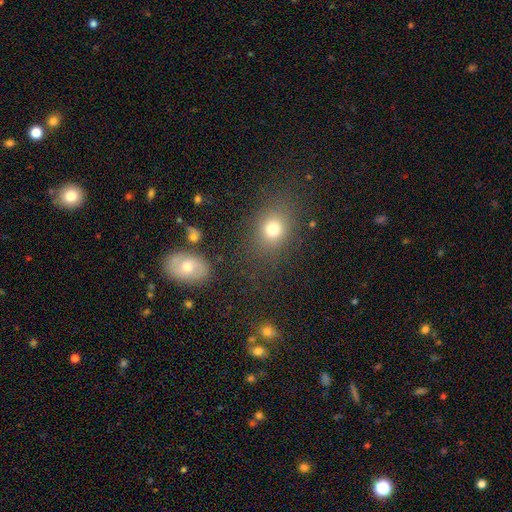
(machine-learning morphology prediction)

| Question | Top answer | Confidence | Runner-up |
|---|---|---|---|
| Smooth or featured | smooth | 62% | star or artifact (28%) |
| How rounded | in between | 59% | round (39%) |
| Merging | none | 81% | minor disturbance (10%) |